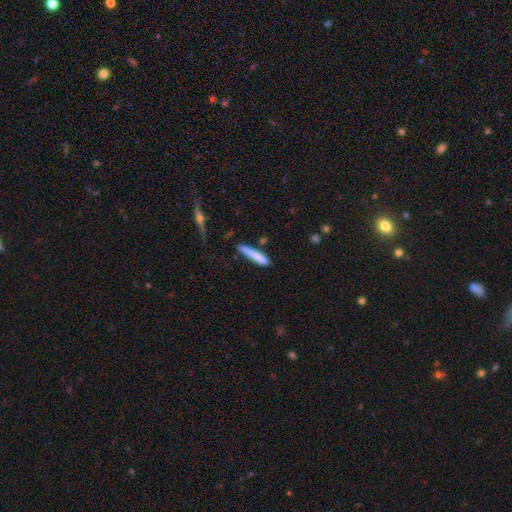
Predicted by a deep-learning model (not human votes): Smooth or featured: smooth — 80% (featured or disk — 14%)
How rounded: cigar-shaped — 92% (in between — 7%)
Merging: none — 73% (minor disturbance — 19%)